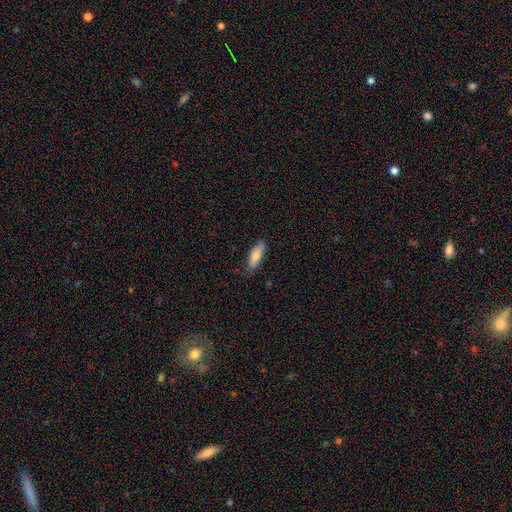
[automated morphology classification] The model was most divided on "how rounded": in between: 65%, cigar-shaped: 33%, round: 2%. More confident: smooth or featured — smooth (79%); merging — none (78%).